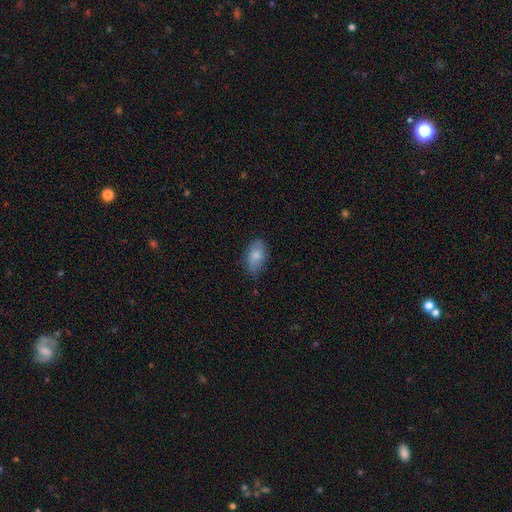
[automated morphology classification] Smooth or featured?
  - smooth: 81% *
  - featured or disk: 12%
  - star or artifact: 7%
How rounded?
  - in between: 93% *
  - round: 6%
  - cigar-shaped: 2%
Merging?
  - none: 77% *
  - minor disturbance: 19%
  - major disturbance: 3%
  - merger: 1%